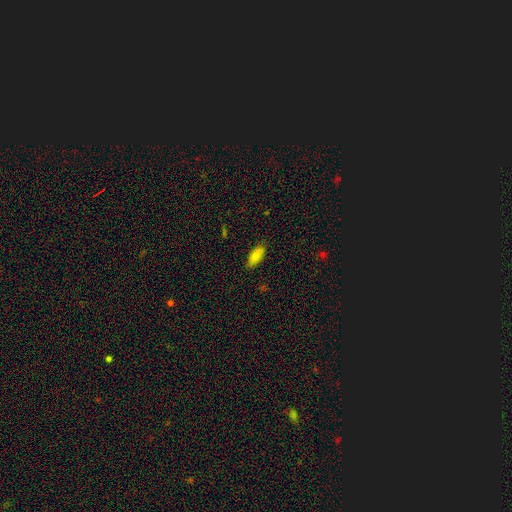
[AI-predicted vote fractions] smooth 85%, featured or disk 8%, star or artifact 7%. Down the decision tree: how rounded — in between (83%); merging — none (84%).